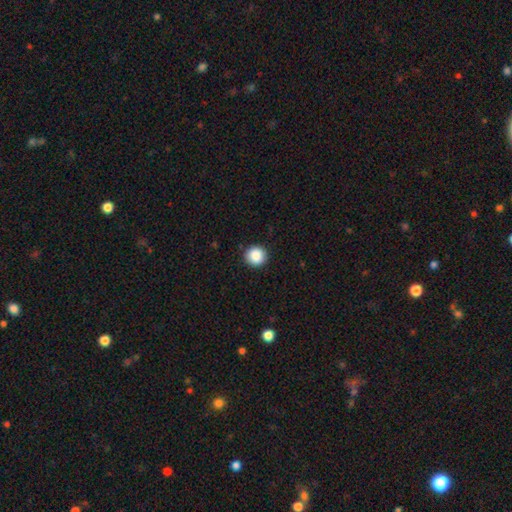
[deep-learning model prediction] Smooth or featured? smooth (88%)
How rounded? round (93%)
Merging? none (91%)